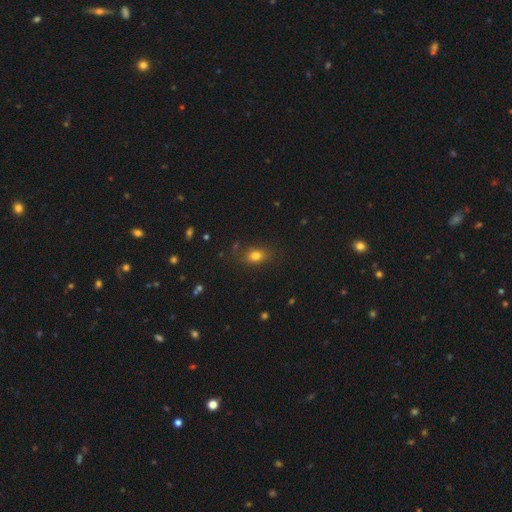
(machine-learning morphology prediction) Smooth or featured? Predicted: smooth (p=0.79). How rounded? Predicted: in between (p=0.73). Merging? Predicted: none (p=0.79).